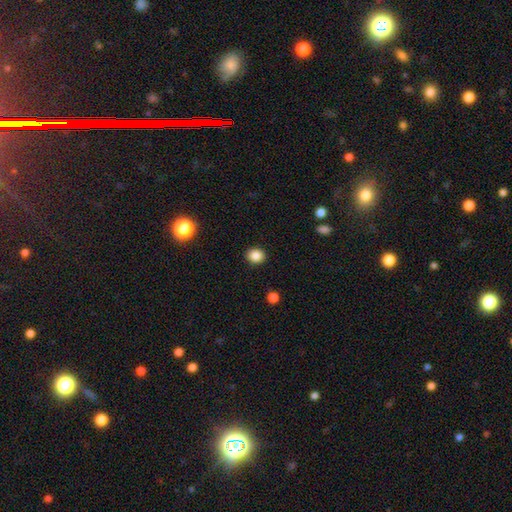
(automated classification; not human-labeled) smooth-or-featured: smooth: 86% | star or artifact: 11% | featured or disk: 4%
  how-rounded: round: 65% | in between: 34% | cigar-shaped: 1%
  merging: none: 90% | minor disturbance: 6% | major disturbance: 2% | merger: 1%